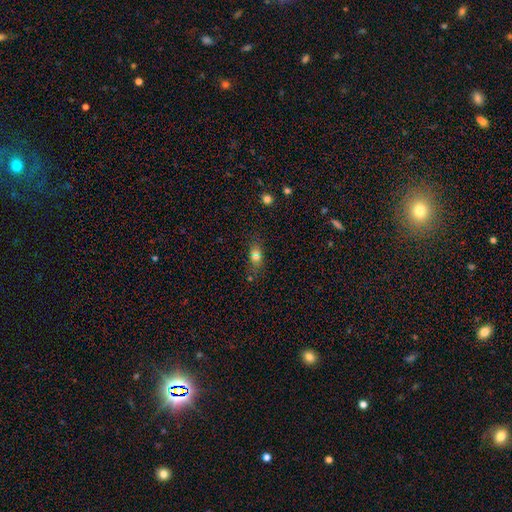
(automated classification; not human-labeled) Smooth or featured? Predicted: smooth (p=0.75). How rounded? Predicted: in between (p=0.69). Merging? Predicted: none (p=0.62).